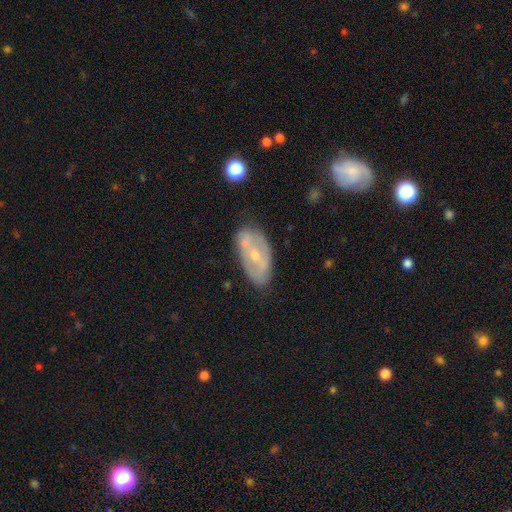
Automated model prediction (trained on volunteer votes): Q: Smooth or featured?
A: featured or disk (65%); runner-up: smooth (28%)
Q: Edge-on disk?
A: no (91%); runner-up: yes (9%)
Q: Bar?
A: no (49%); runner-up: weak (33%)
Q: Spiral arms?
A: no (57%); runner-up: yes (43%)
Q: Bulge size?
A: small (58%); runner-up: moderate (38%)
Q: Merging?
A: none (66%); runner-up: minor disturbance (20%)